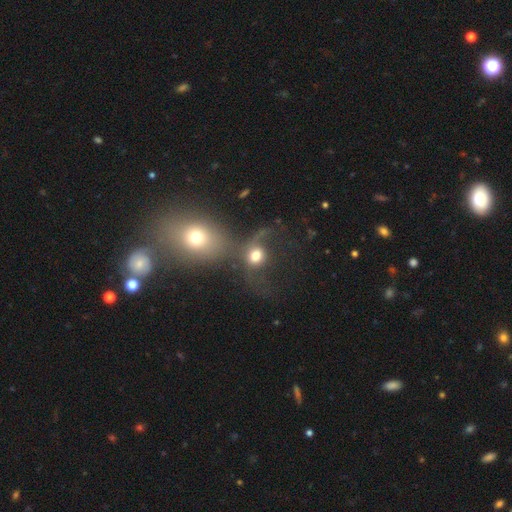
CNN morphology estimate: smooth_or_featured: smooth (p=0.65) [alt: featured or disk p=0.22]
how_rounded: round (p=0.72) [alt: in between p=0.26]
merging: merger (p=0.52) [alt: major disturbance p=0.21]